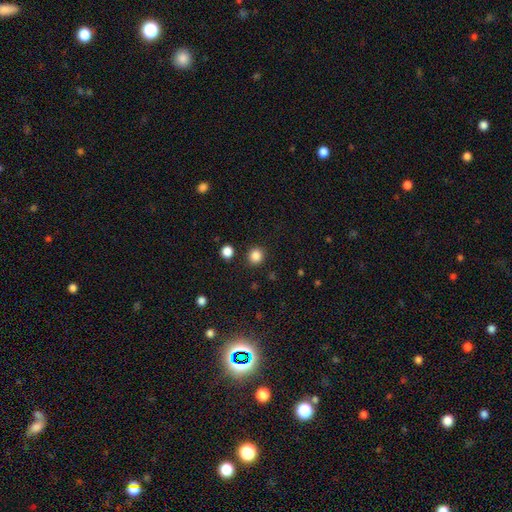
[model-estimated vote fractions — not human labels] smooth-or-featured: smooth: 85% | star or artifact: 12% | featured or disk: 3%
  how-rounded: round: 92% | in between: 7% | cigar-shaped: 1%
  merging: none: 90% | minor disturbance: 5% | merger: 2% | major disturbance: 2%